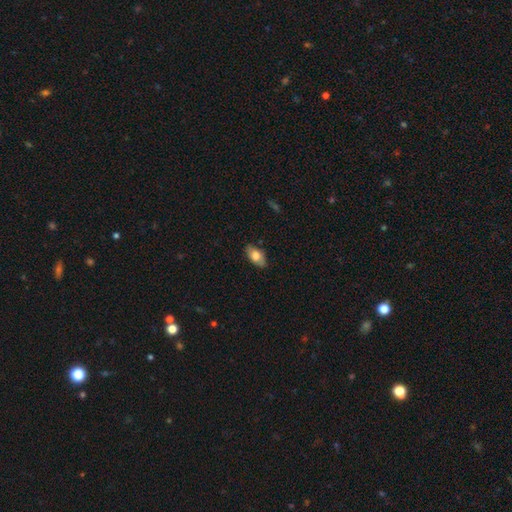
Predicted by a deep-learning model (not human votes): smooth 72%, featured or disk 21%, star or artifact 7%. Down the decision tree: how rounded — in between (92%); merging — none (82%).